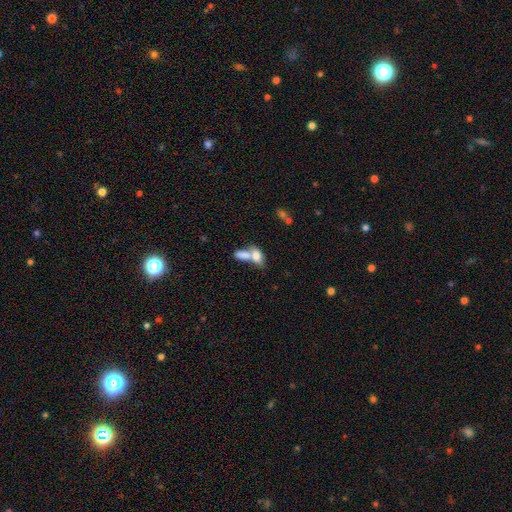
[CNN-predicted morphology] smooth 75%, featured or disk 17%, star or artifact 8%. Down the decision tree: how rounded — in between (84%); merging — merger (68%).